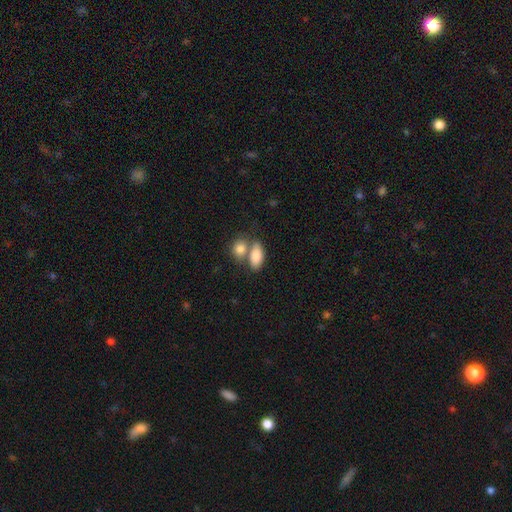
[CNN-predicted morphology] Q: Smooth or featured?
A: smooth (83%); runner-up: featured or disk (10%)
Q: How rounded?
A: in between (88%); runner-up: round (7%)
Q: Merging?
A: merger (48%); runner-up: none (37%)